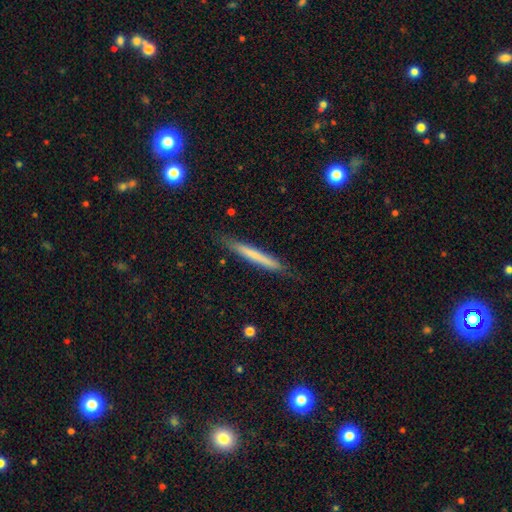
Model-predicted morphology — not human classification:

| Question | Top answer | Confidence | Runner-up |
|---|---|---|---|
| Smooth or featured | smooth | 63% | featured or disk (32%) |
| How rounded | cigar-shaped | 97% | in between (2%) |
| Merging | none | 85% | minor disturbance (12%) |